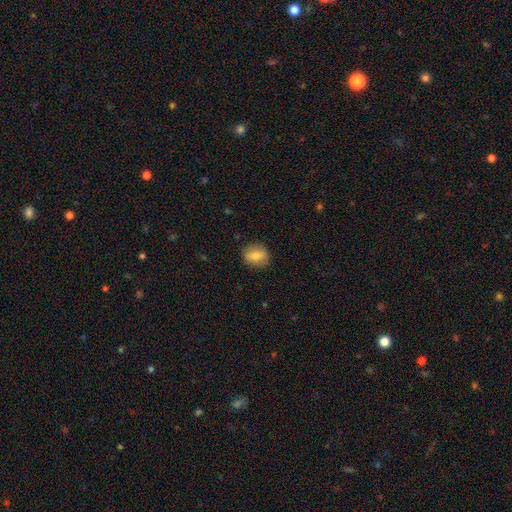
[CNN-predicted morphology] Overall: smooth (75%). How rounded: round (56%; in between 43%). Merging: none (86%).